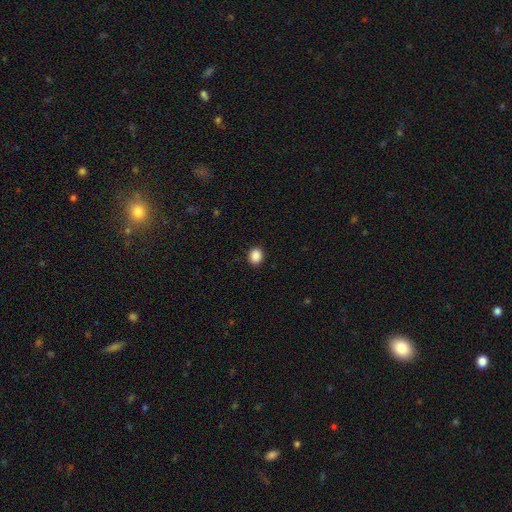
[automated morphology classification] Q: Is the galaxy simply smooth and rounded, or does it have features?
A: smooth — 89%.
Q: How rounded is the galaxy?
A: round — 57%.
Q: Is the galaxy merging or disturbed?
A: none — 90%.